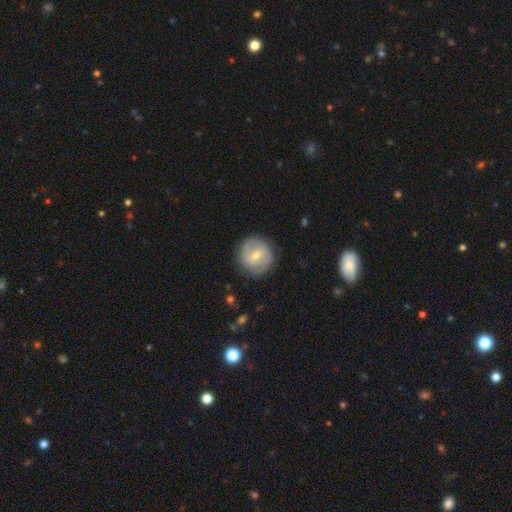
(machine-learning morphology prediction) This is possibly a featured or disk galaxy (53%). It is clearly not viewed edge-on (97%). Bar: possibly weak (57%). Spiral arm pattern: likely yes (72%). Central bulge: possibly moderate (48%, tied with small). Merging: clearly none (86%).